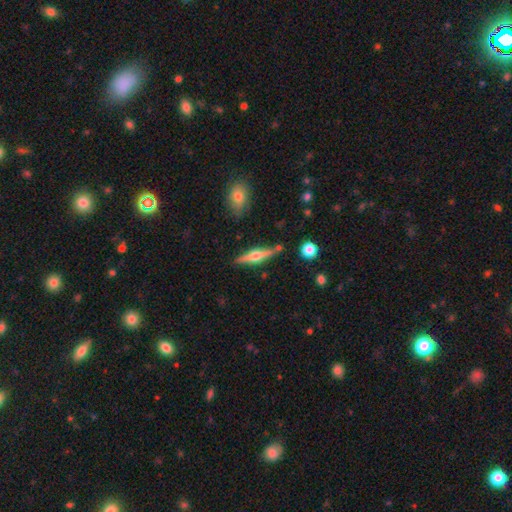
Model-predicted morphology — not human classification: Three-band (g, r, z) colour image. It shows a featured or disk galaxy (69%) viewed edge-on (97%) with a rounded central bulge (91%). Merging: none (84%).